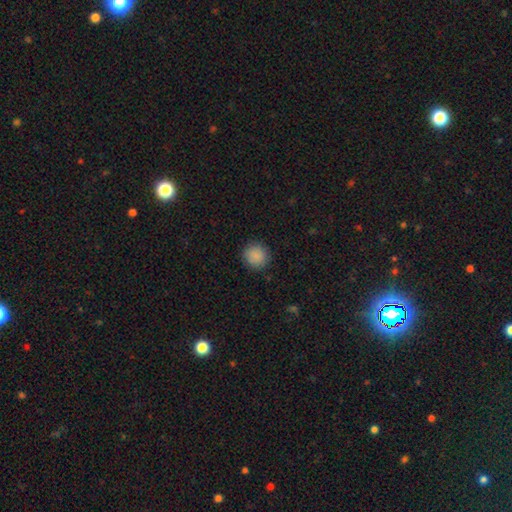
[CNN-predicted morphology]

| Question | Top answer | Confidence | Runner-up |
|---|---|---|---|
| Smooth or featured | smooth | 89% | star or artifact (8%) |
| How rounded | round | 93% | in between (6%) |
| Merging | none | 90% | minor disturbance (7%) |